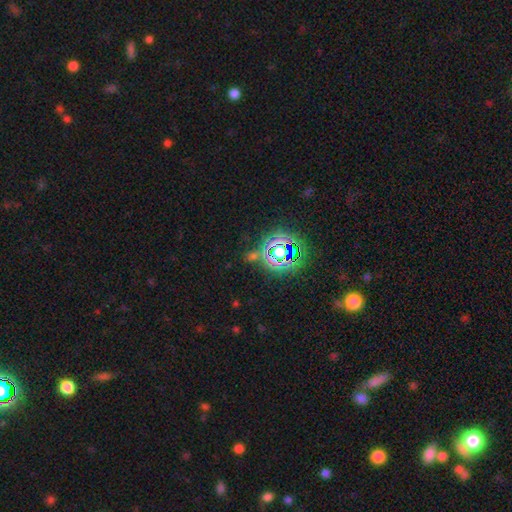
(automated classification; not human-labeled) A star or artifact, not a galaxy (74%).

Vote fractions:
- Smooth or featured? star or artifact: 74% / smooth: 16% / featured or disk: 9%